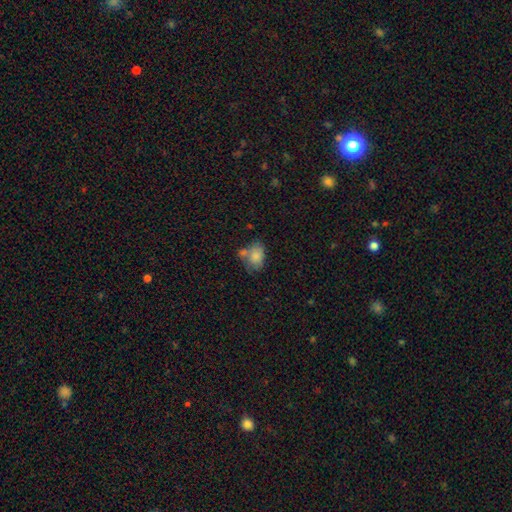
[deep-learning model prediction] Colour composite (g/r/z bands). It shows a smooth galaxy with no disk features (80%) that is in between round and cigar-shaped (76%). Merging: none (40%).